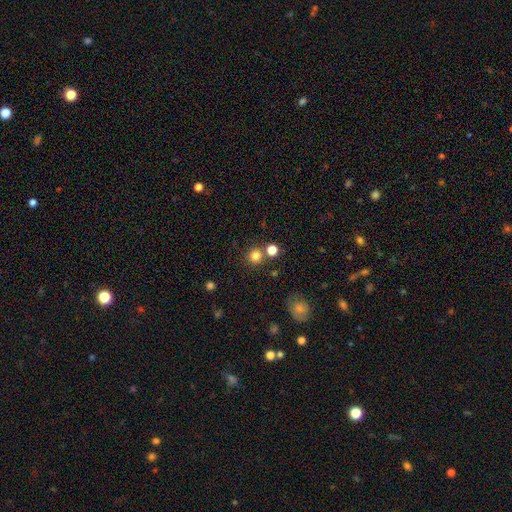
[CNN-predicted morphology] smooth-or-featured: smooth: 80% | star or artifact: 14% | featured or disk: 6%
  how-rounded: round: 92% | in between: 7% | cigar-shaped: 1%
  merging: none: 74% | merger: 16% | minor disturbance: 7% | major disturbance: 3%